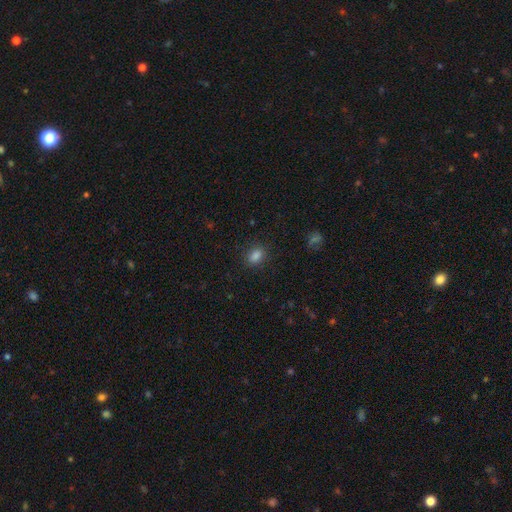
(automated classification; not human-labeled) smooth 84%, star or artifact 12%, featured or disk 4%. Down the decision tree: how rounded — in between (73%); merging — none (86%).